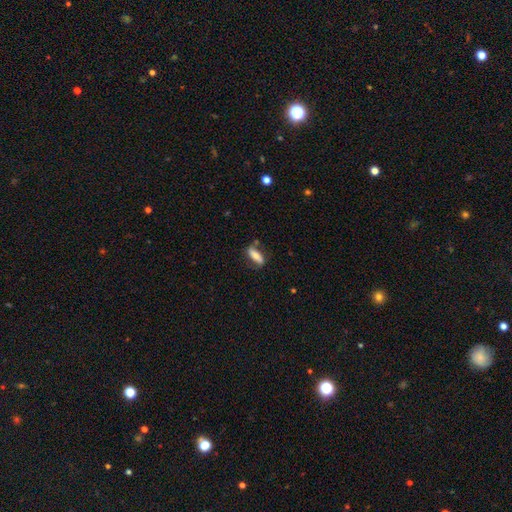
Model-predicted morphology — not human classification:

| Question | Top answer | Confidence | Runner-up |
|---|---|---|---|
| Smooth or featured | smooth | 63% | featured or disk (30%) |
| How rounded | in between | 57% | cigar-shaped (40%) |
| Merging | none | 70% | minor disturbance (20%) |